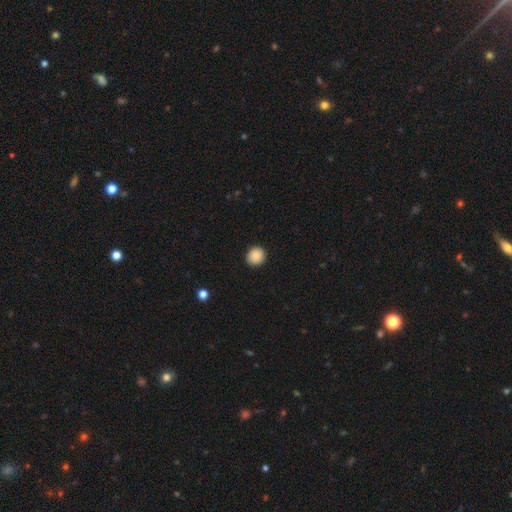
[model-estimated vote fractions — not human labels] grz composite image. It shows a smooth galaxy with no disk features (87%) that is round (87%). Merging: none (91%).